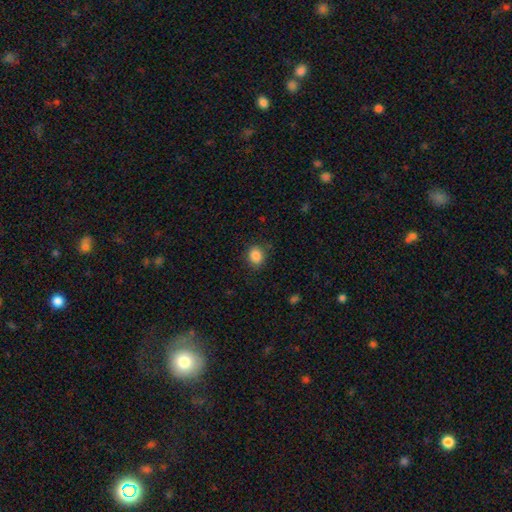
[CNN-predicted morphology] This appears to be a smooth galaxy with no disk features (86%) that is round (65%). Merging: none (83%).